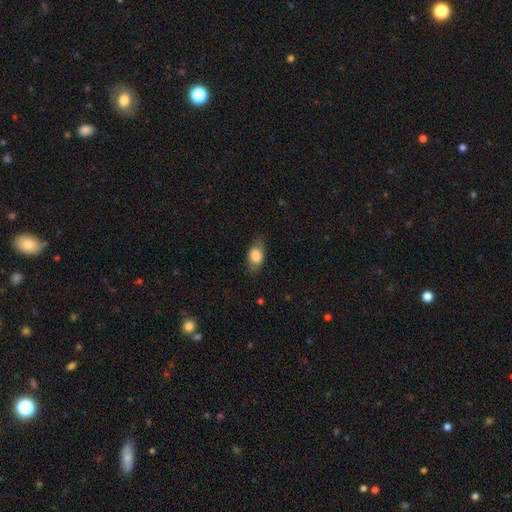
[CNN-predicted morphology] Smooth or featured? Predicted: smooth (p=0.77). How rounded? Predicted: in between (p=0.86). Merging? Predicted: none (p=0.76).